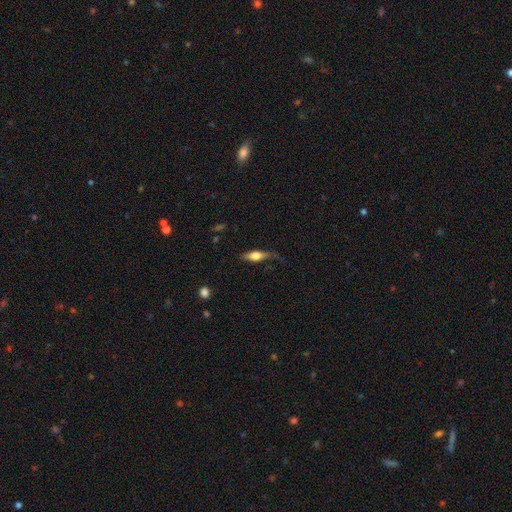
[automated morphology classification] type=smooth (55%); roundness=cigar-shaped (48%, tied with in between); merging=none (55%).